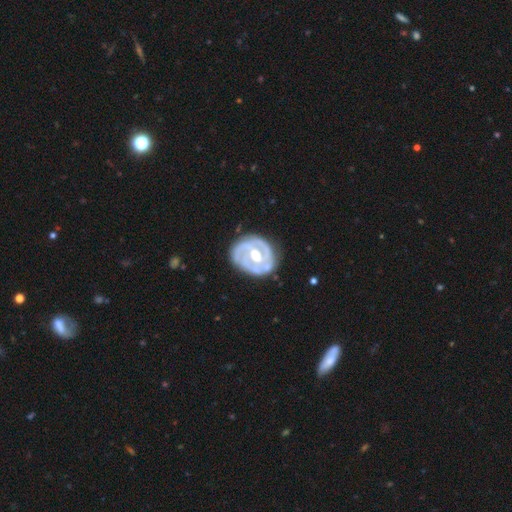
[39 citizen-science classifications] A featured or disk galaxy (87%) with a weak bar (62%), 3 (42%) tight (50%) spiral arms (76%) and a moderate central bulge (85%). Merging: none (69%).